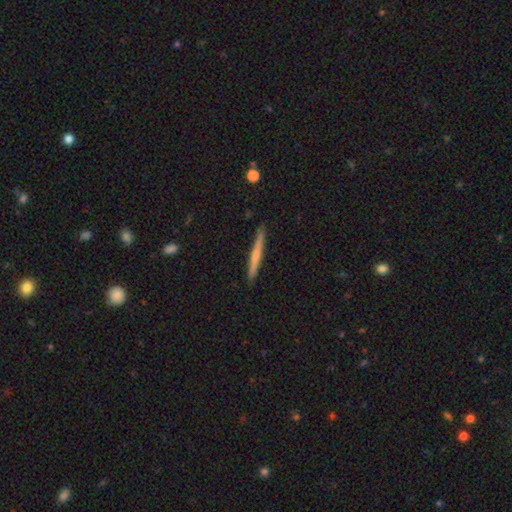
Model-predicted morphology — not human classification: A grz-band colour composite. It shows a smooth galaxy with no disk features (54%) that is cigar-shaped (96%). Merging: none (90%).